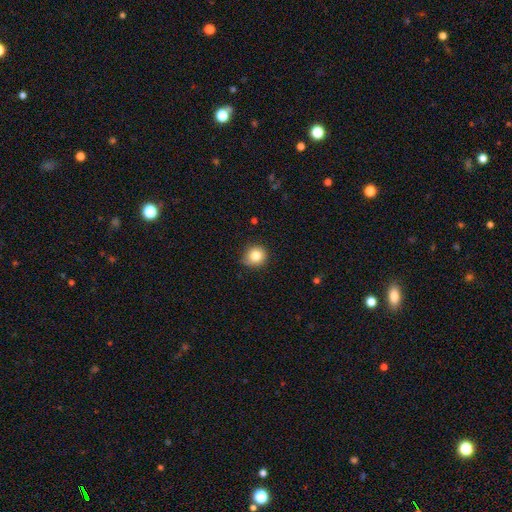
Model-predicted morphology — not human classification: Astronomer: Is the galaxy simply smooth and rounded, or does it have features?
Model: smooth — 83%.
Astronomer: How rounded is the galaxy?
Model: round — 88%.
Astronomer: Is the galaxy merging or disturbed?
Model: none — 75%.